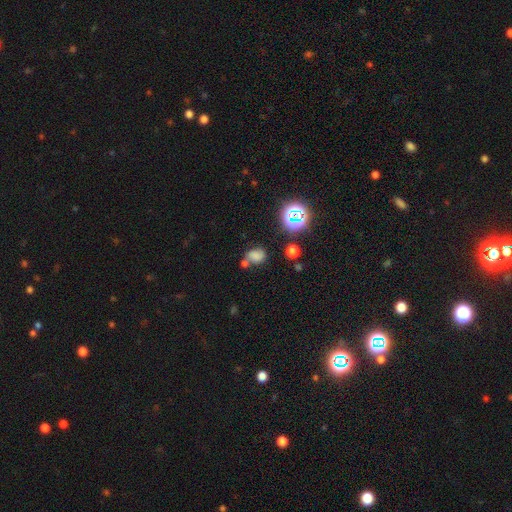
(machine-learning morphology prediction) Smooth or featured? Predicted: smooth (p=0.61). How rounded? Predicted: in between (p=0.56). Merging? Predicted: none (p=0.42).